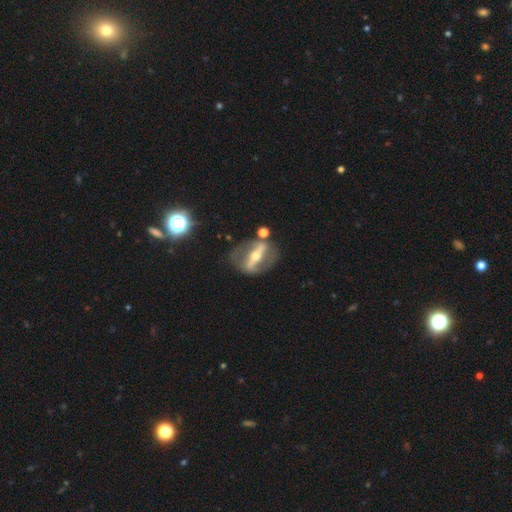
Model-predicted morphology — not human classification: A featured or disk galaxy (81%) with a strong bar (81%), no spiral arms (53%) and a moderate central bulge (61%).

Vote fractions:
- Smooth or featured? featured or disk: 81% / smooth: 12% / star or artifact: 6%
- Edge-on disk? no: 69% / yes: 31%
- Bar? strong: 81% / weak: 11% / no: 8%
- Spiral arms? no: 53% / yes: 47%
- Bulge size? moderate: 61% / small: 33% / large: 4% / none: 1% / dominant: 1%
- Merging? none: 70% / minor disturbance: 15% / major disturbance: 10% / merger: 5%